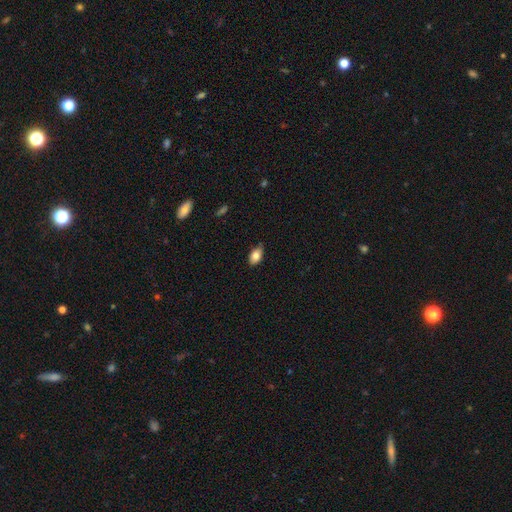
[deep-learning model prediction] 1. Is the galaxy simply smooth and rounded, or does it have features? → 82% smooth, 10% featured or disk, 8% star or artifact.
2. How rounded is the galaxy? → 89% in between, 8% round, 2% cigar-shaped.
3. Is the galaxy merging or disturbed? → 72% none, 24% minor disturbance, 3% major disturbance, 1% merger.